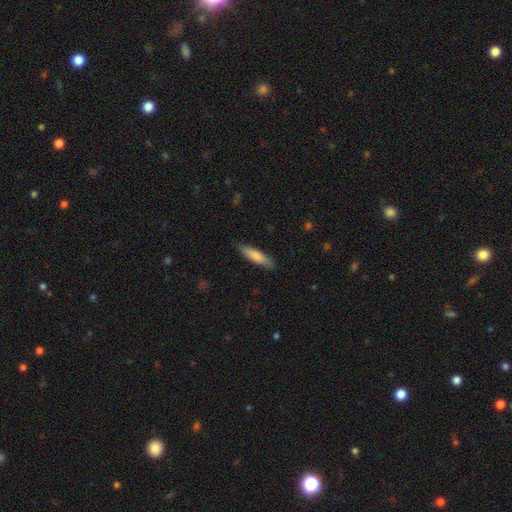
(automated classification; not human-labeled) smooth 79%, featured or disk 16%, star or artifact 5%. Down the decision tree: how rounded — cigar-shaped (73%); merging — none (86%).